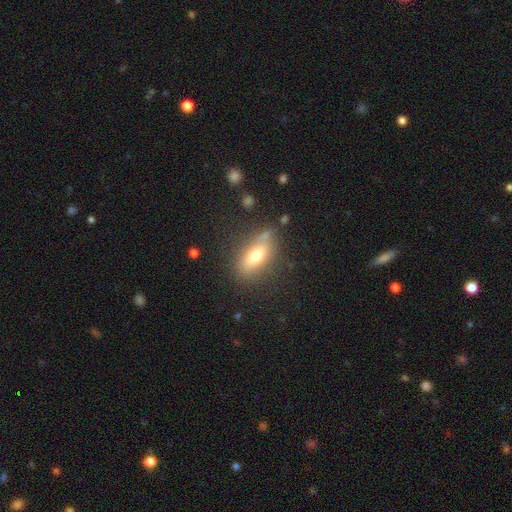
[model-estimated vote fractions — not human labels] Smooth or featured? smooth (65%)
How rounded? in between (74%)
Merging? none (69%)